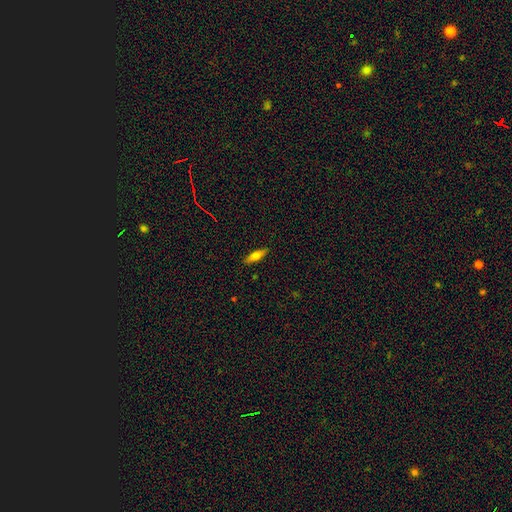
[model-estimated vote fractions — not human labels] The model was most divided on "how rounded": cigar-shaped: 58%, in between: 40%, round: 2%. More confident: merging — none (88%); smooth or featured — smooth (62%).